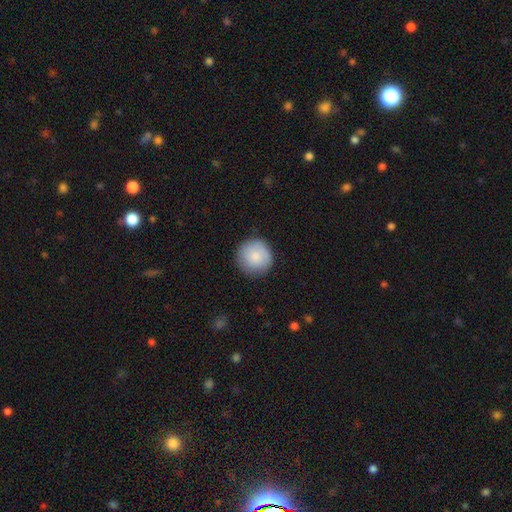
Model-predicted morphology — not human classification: A smooth galaxy with no disk features (86%) that is round (95%). Merging: none (87%).